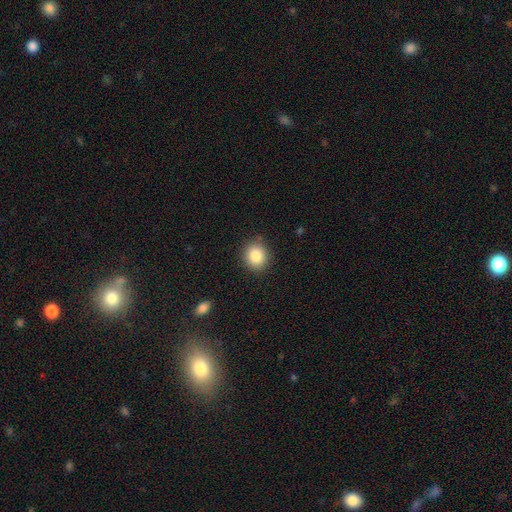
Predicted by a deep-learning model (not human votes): smooth 84%, star or artifact 9%, featured or disk 6%. Down the decision tree: how rounded — round (77%); merging — none (87%).